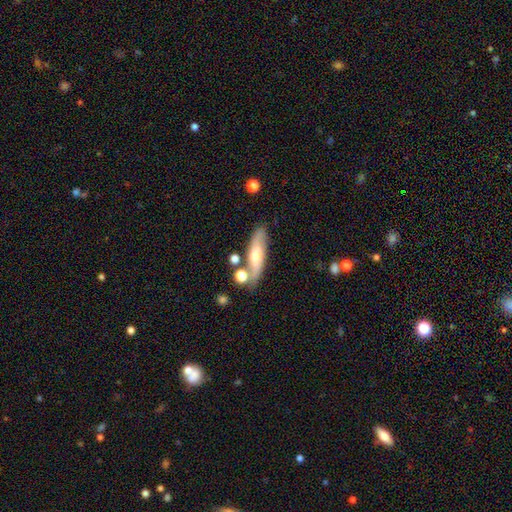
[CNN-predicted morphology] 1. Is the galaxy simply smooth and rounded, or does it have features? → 49% smooth, 44% featured or disk, 7% star or artifact.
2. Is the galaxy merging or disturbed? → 68% none, 16% minor disturbance, 12% merger, 4% major disturbance.